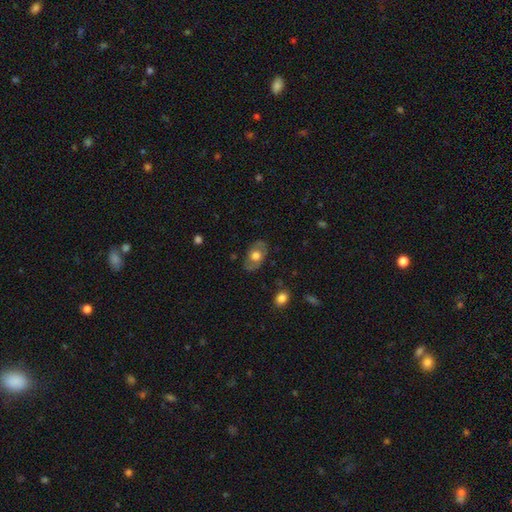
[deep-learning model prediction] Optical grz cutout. It shows a smooth galaxy with no disk features (50%) that is in between round and cigar-shaped (81%). Merging: none (78%).